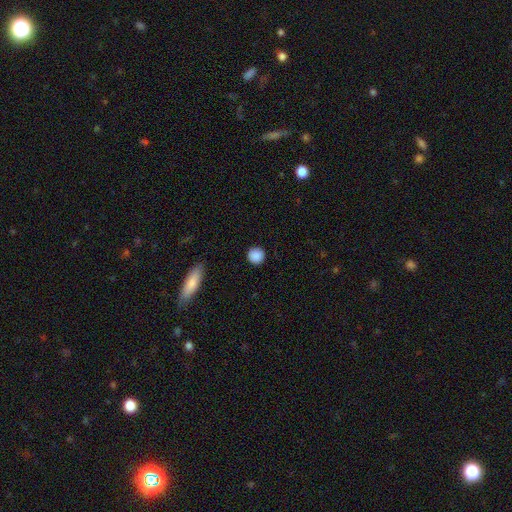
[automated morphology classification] smooth_or_featured: smooth (p=0.88) [alt: star or artifact p=0.08]
how_rounded: round (p=0.93) [alt: in between p=0.05]
merging: none (p=0.90) [alt: minor disturbance p=0.07]